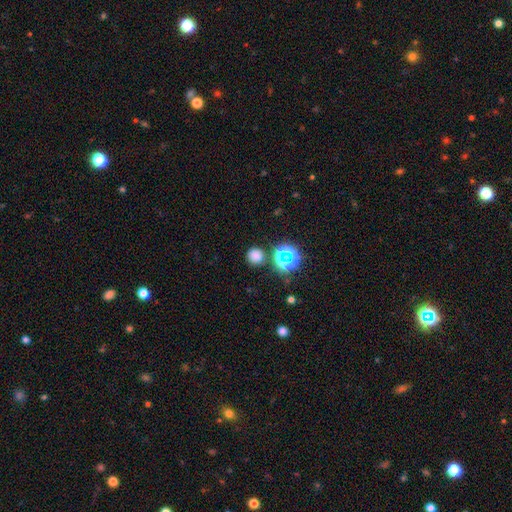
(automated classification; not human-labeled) Morphology: type=smooth (71%); roundness=round (93%); merging=none (85%).